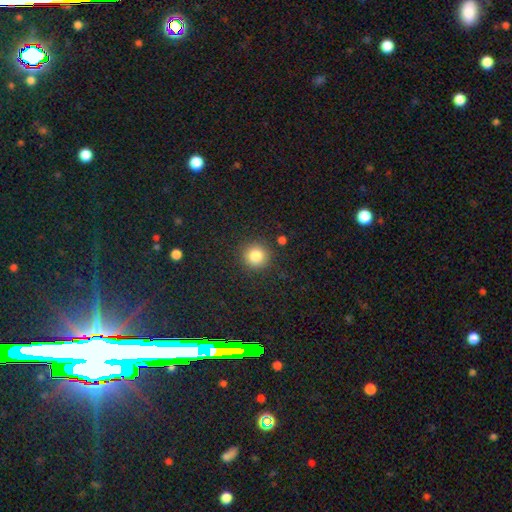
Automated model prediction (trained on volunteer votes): The model was most divided on "smooth or featured": smooth: 84%, star or artifact: 11%, featured or disk: 6%. More confident: how rounded — round (94%); merging — none (89%).